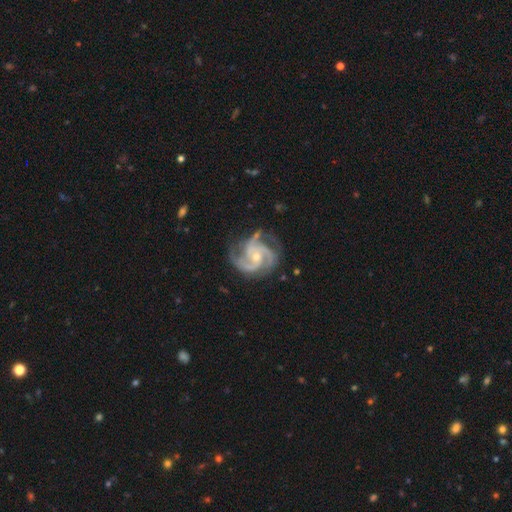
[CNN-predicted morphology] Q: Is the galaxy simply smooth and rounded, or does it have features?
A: featured or disk — 93%.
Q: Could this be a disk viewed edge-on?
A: no — 98%.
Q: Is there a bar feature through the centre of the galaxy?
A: no — 68%.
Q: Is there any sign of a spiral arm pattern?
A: yes — 99%.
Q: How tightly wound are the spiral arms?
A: medium — 50%.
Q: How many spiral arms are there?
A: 3 — 68%.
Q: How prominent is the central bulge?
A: small — 55%.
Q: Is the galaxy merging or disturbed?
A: none — 72%.